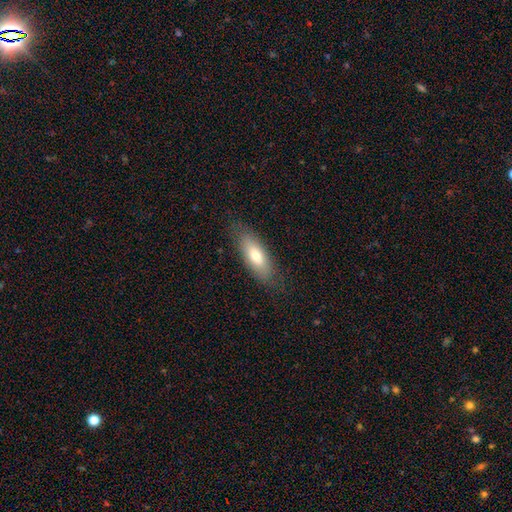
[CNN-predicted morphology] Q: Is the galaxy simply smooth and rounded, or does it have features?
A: smooth — 71%.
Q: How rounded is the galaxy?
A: in between — 67%.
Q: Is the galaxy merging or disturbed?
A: none — 82%.